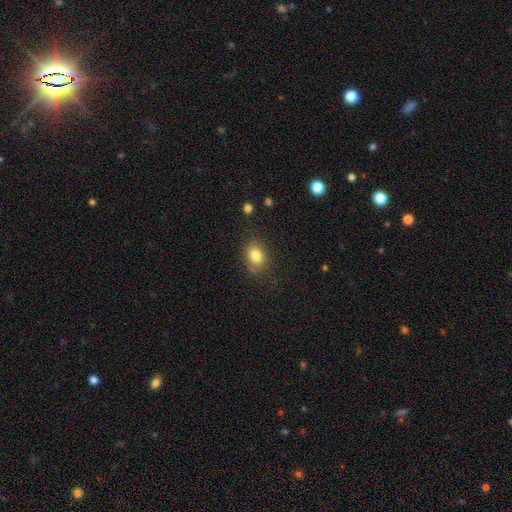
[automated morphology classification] Smooth or featured?
  - smooth: 82% *
  - star or artifact: 10%
  - featured or disk: 8%
How rounded?
  - in between: 56% *
  - round: 43%
  - cigar-shaped: 1%
Merging?
  - none: 74% *
  - minor disturbance: 18%
  - major disturbance: 5%
  - merger: 3%